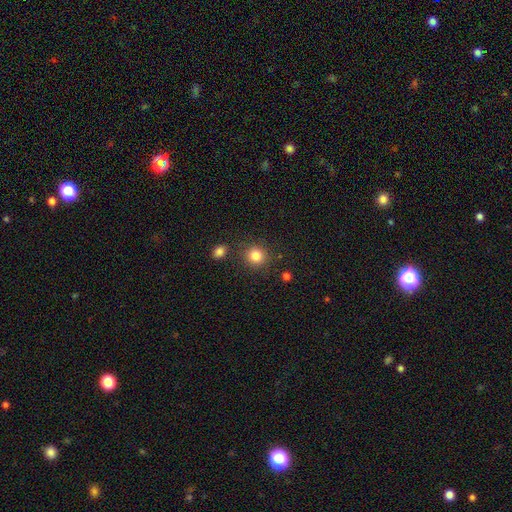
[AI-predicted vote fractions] Smooth or featured: smooth — 84% (star or artifact — 11%)
How rounded: round — 87% (in between — 12%)
Merging: none — 83% (minor disturbance — 9%)